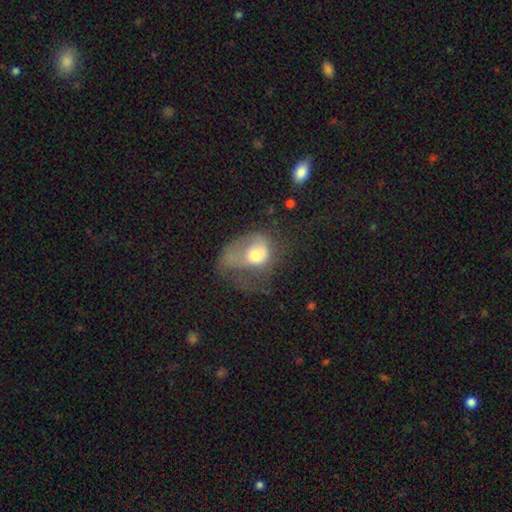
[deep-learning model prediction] Smooth or featured? Predicted: smooth (p=0.55). How rounded? Predicted: in between (p=0.61). Merging? Predicted: major disturbance (p=0.62).